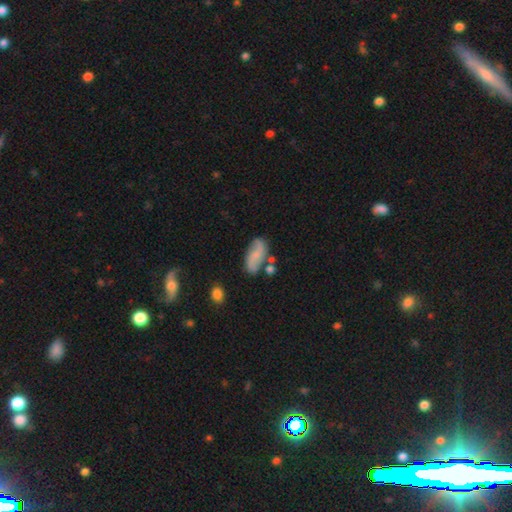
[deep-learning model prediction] Morphology: type=featured or disk (55%); edge-on=no (95%); bar=no (59%); spiral arms=yes (89%); bulge=small (56%); merging=none (67%).